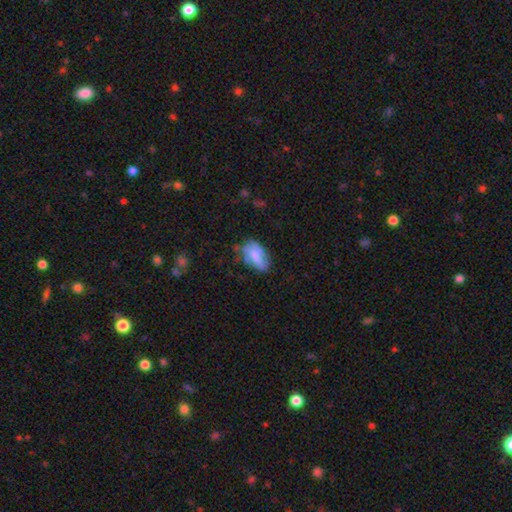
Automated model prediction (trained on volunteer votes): Smooth or featured?
  - smooth: 67% *
  - featured or disk: 25%
  - star or artifact: 8%
How rounded?
  - in between: 91% *
  - round: 5%
  - cigar-shaped: 4%
Merging?
  - none: 49% *
  - minor disturbance: 33%
  - major disturbance: 14%
  - merger: 4%